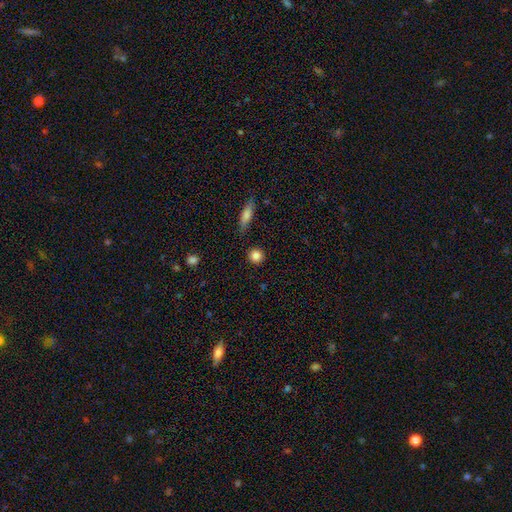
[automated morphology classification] A smooth galaxy with no disk features (85%) that is round (92%). Merging: none (90%).